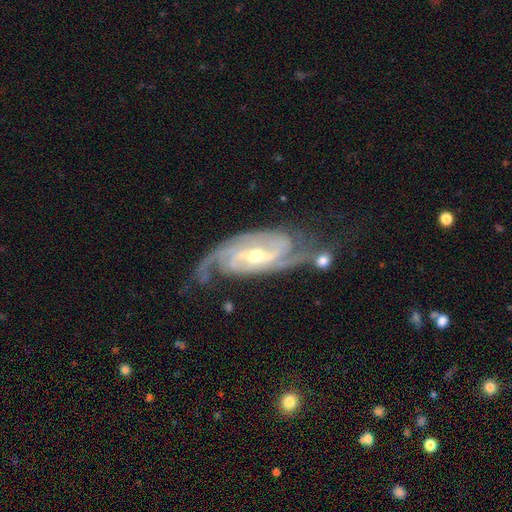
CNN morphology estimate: smooth_or_featured: featured or disk (p=0.91) [alt: star or artifact p=0.05]
disk_edge_on: no (p=0.94) [alt: yes p=0.06]
bar: weak (p=0.42) [alt: strong p=0.36]
has_spiral_arms: yes (p=0.98) [alt: no p=0.02]
spiral_winding: tight (p=0.54) [alt: medium p=0.38]
spiral_arm_count: 2 (p=0.55) [alt: 3 p=0.21]
bulge_size: moderate (p=0.51) [alt: small p=0.46]
merging: none (p=0.64) [alt: minor disturbance p=0.21]